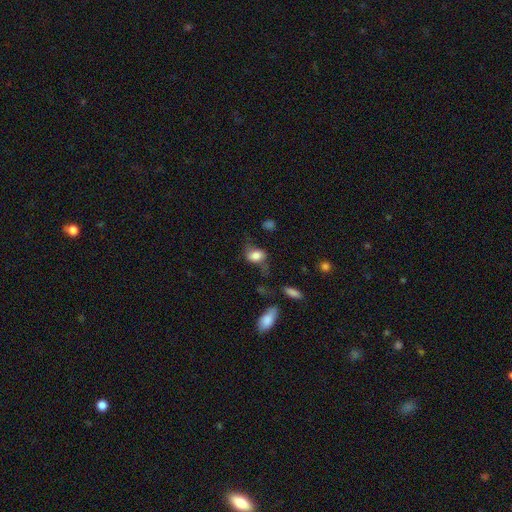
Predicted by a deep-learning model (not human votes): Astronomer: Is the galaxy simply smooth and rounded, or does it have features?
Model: smooth — 70%.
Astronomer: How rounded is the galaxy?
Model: in between — 75%.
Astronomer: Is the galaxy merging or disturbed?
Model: none — 50% (runner-up: minor disturbance, 27%).